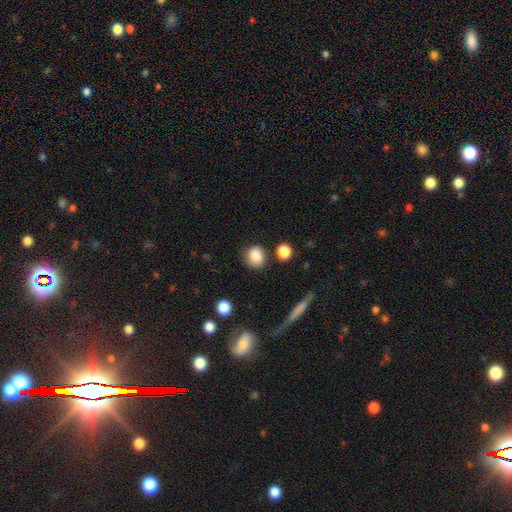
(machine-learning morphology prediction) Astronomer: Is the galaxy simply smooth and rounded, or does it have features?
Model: smooth — 86%.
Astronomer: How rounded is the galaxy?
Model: round — 80%.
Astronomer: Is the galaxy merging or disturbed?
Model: none — 78%.